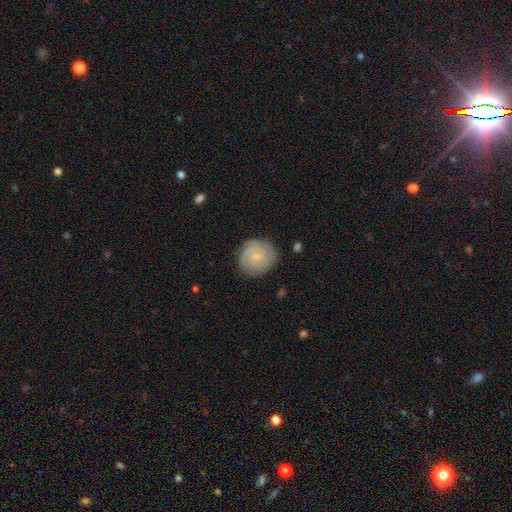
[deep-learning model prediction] Smooth or featured? Predicted: featured or disk (p=0.68). Edge-on disk? Predicted: no (p=0.98). Bar? Predicted: no (p=0.57). Spiral arms? Predicted: yes (p=0.94). Spiral winding? Predicted: tight (p=0.69). Spiral arm count? Predicted: 2 (p=0.49). Bulge size? Predicted: small (p=0.70). Merging? Predicted: none (p=0.82).